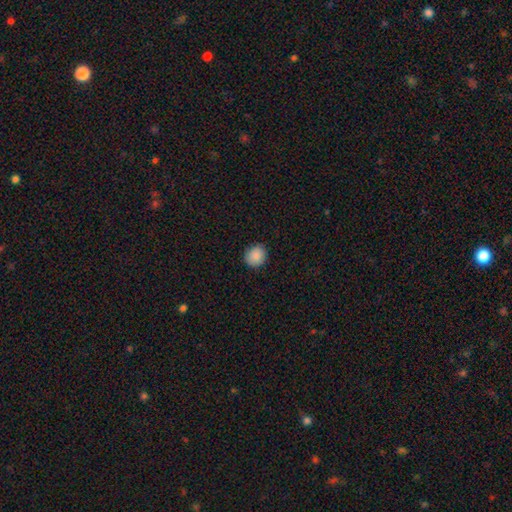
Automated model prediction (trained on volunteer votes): A smooth galaxy with no disk features (88%) that is round (80%). Merging: none (87%).